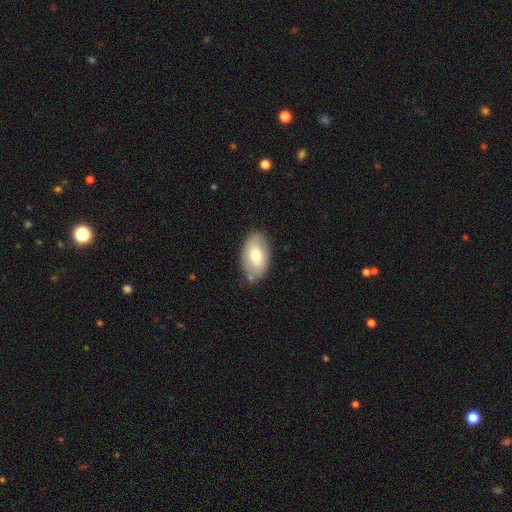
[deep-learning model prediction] Smooth or featured? Predicted: smooth (p=0.71). How rounded? Predicted: in between (p=0.93). Merging? Predicted: none (p=0.76).